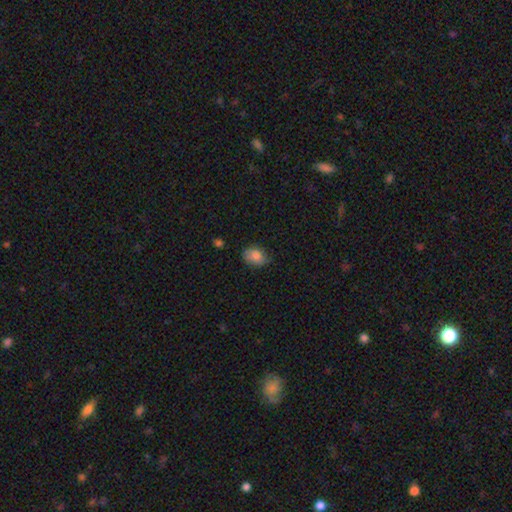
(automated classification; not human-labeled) A smooth galaxy with no disk features (81%) that is in between round and cigar-shaped (66%).

Vote fractions:
- Smooth or featured? smooth: 81% / featured or disk: 10% / star or artifact: 8%
- How rounded? in between: 66% / round: 33% / cigar-shaped: 1%
- Merging? none: 68% / minor disturbance: 26% / major disturbance: 5% / merger: 2%